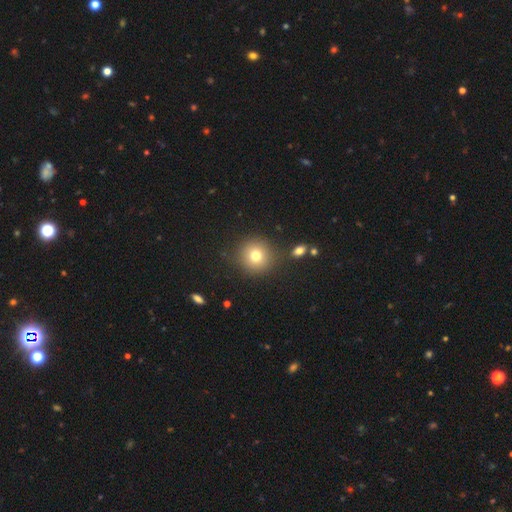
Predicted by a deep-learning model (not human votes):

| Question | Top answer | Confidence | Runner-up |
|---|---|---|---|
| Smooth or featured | smooth | 76% | star or artifact (13%) |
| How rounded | round | 92% | in between (7%) |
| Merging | none | 86% | minor disturbance (7%) |